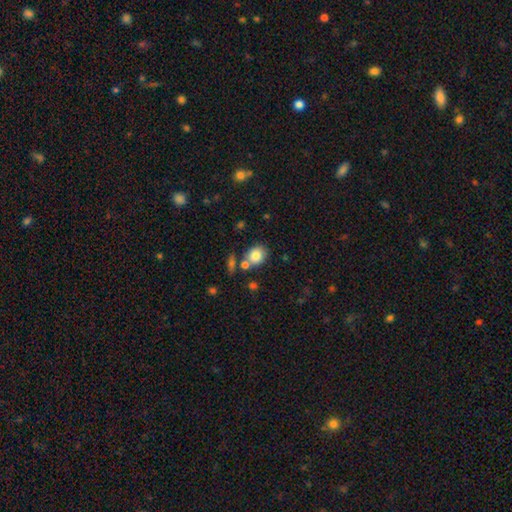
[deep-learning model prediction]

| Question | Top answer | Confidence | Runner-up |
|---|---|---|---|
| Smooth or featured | smooth | 83% | star or artifact (9%) |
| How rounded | round | 62% | in between (37%) |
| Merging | none | 64% | merger (19%) |